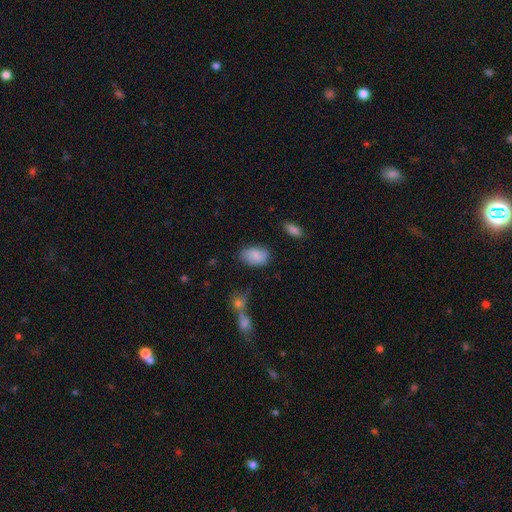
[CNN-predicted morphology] Overall: smooth (80%). How rounded: in between (90%). Merging: none (66%).